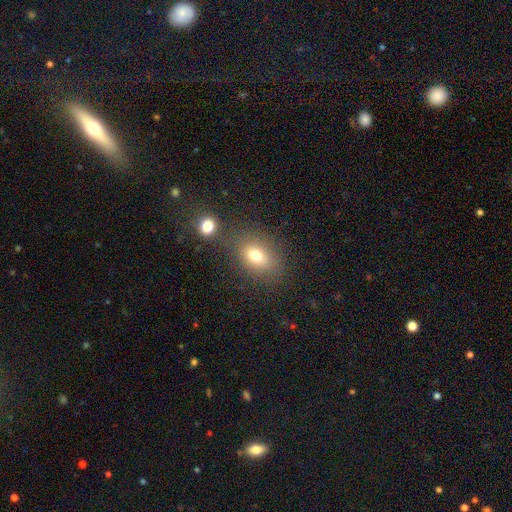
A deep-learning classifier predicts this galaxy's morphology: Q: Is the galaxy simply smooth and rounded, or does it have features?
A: smooth — 75%.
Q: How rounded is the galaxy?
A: in between — 66%.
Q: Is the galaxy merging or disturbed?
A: none — 66%.